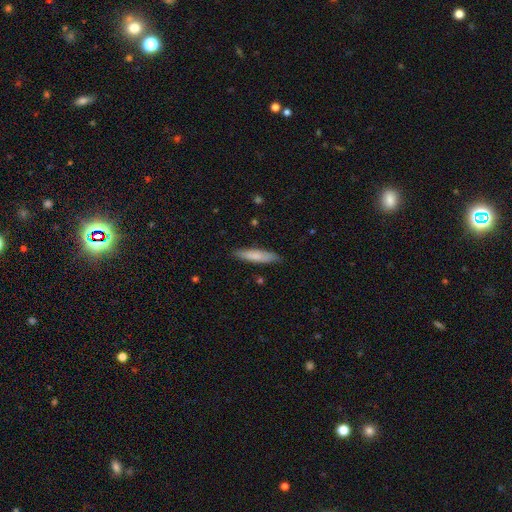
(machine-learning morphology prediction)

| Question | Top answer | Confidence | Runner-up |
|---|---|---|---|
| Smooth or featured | smooth | 75% | featured or disk (20%) |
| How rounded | cigar-shaped | 80% | in between (18%) |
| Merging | none | 86% | minor disturbance (10%) |